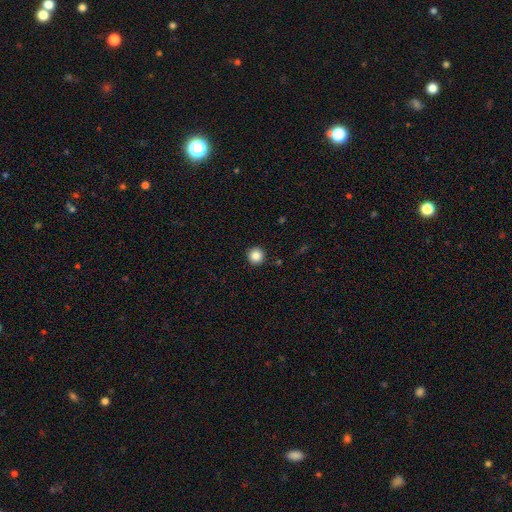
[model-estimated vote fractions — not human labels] smooth-or-featured: smooth: 86% | star or artifact: 10% | featured or disk: 4%
  how-rounded: round: 96% | in between: 3% | cigar-shaped: 1%
  merging: none: 93% | minor disturbance: 4% | major disturbance: 2% | merger: 1%